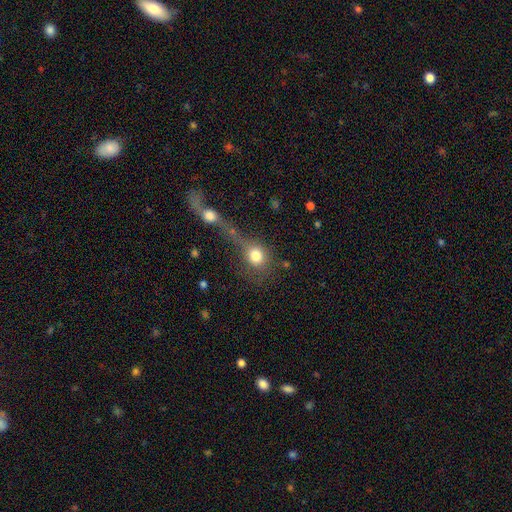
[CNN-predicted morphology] A smooth galaxy with no disk features (75%) that is round (74%).

Vote fractions:
- Smooth or featured? smooth: 75% / featured or disk: 13% / star or artifact: 12%
- How rounded? round: 74% / in between: 23% / cigar-shaped: 3%
- Merging? merger: 50% / none: 27% / major disturbance: 13% / minor disturbance: 9%